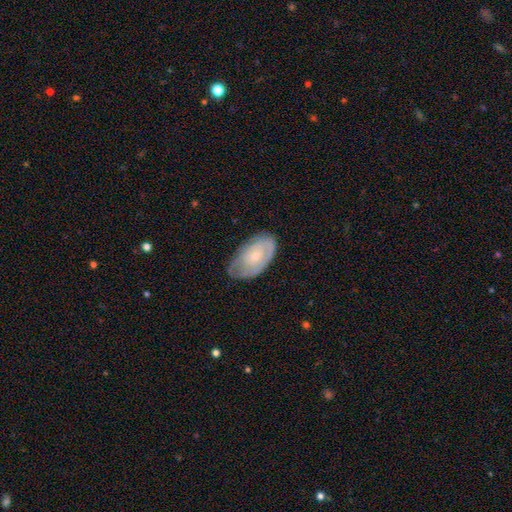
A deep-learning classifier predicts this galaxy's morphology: A featured or disk galaxy (52%). Merging: none (64%).